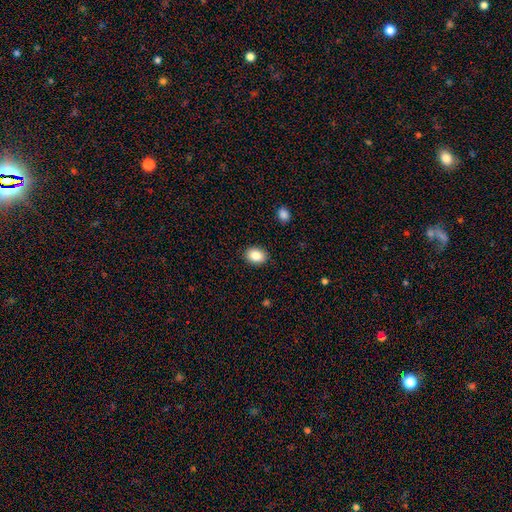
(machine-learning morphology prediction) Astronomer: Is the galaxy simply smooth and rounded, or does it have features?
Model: smooth — 86%.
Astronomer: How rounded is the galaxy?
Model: in between — 65%.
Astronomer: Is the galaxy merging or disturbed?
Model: none — 89%.